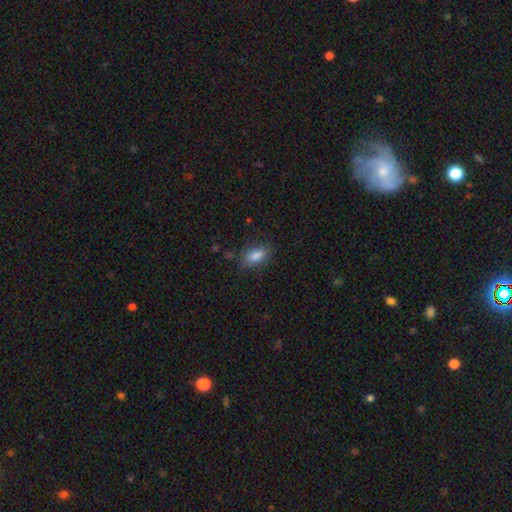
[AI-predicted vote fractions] Smooth or featured? Predicted: smooth (p=0.84). How rounded? Predicted: in between (p=0.86). Merging? Predicted: none (p=0.79).